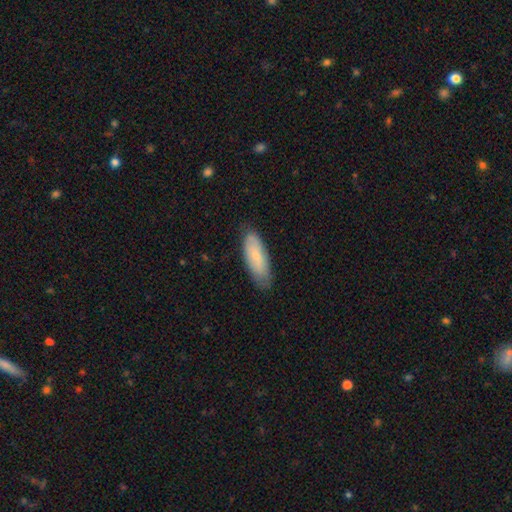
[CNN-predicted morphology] Smooth or featured?
  - smooth: 66% *
  - featured or disk: 27%
  - star or artifact: 6%
How rounded?
  - in between: 68% *
  - cigar-shaped: 30%
  - round: 2%
Merging?
  - none: 76% *
  - minor disturbance: 19%
  - major disturbance: 3%
  - merger: 1%